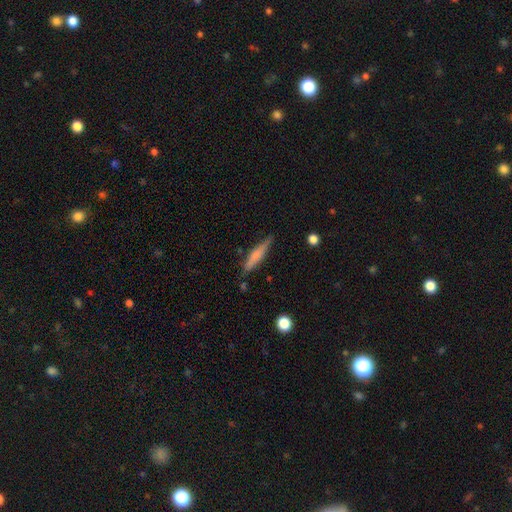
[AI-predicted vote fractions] The model was most divided on "smooth or featured": smooth: 57%, featured or disk: 36%, star or artifact: 6%. More confident: how rounded — cigar-shaped (87%); merging — none (80%).